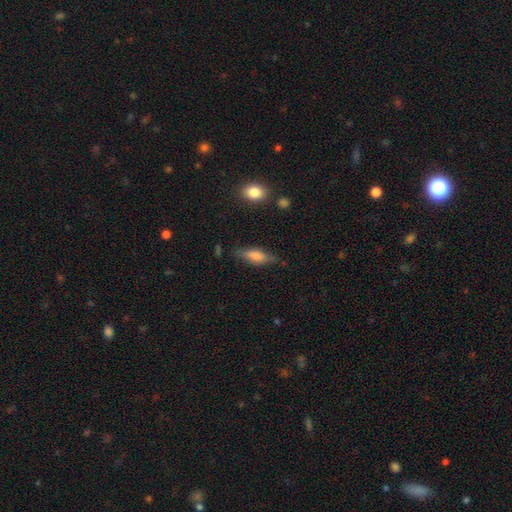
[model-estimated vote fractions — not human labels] Smooth or featured: smooth — 53% (featured or disk — 37%)
How rounded: cigar-shaped — 54% (in between — 43%)
Merging: none — 77% (minor disturbance — 17%)